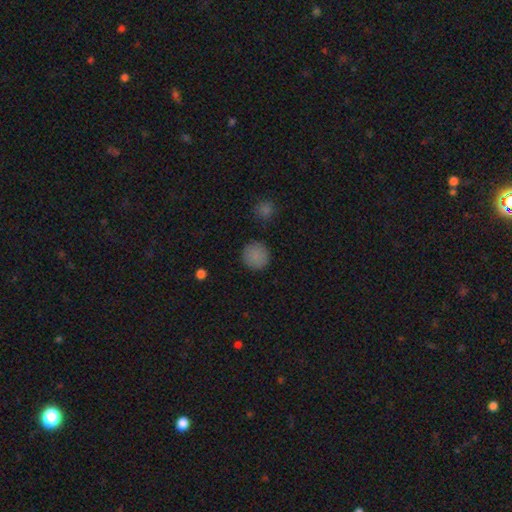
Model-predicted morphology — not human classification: A smooth galaxy with no disk features (86%) that is round (94%).

Vote fractions:
- Smooth or featured? smooth: 86% / star or artifact: 10% / featured or disk: 5%
- How rounded? round: 94% / in between: 5% / cigar-shaped: 1%
- Merging? none: 88% / minor disturbance: 8% / major disturbance: 3% / merger: 2%